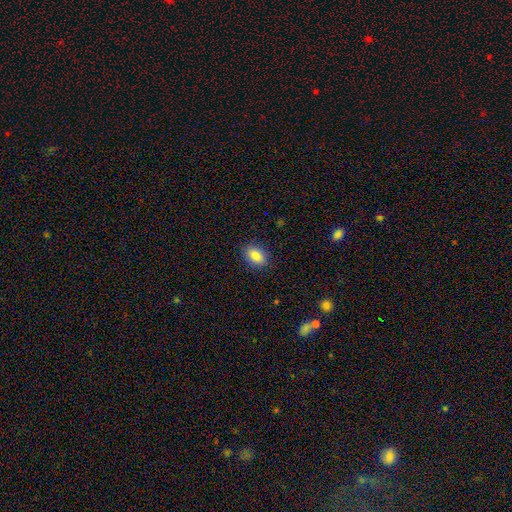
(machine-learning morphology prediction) smooth-or-featured: smooth: 86% | star or artifact: 8% | featured or disk: 6%
  how-rounded: in between: 85% | round: 14% | cigar-shaped: 2%
  merging: none: 88% | minor disturbance: 9% | major disturbance: 2% | merger: 1%